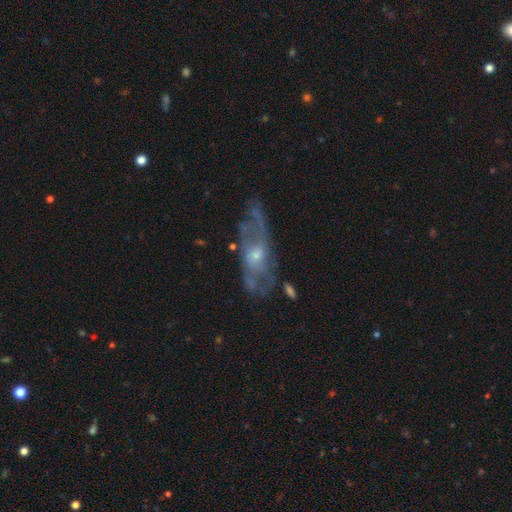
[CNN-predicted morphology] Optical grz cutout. It shows a featured or disk galaxy (73%) with no bar (72%), spiral arms (65%) and a moderate central bulge (48%). Merging: none (60%).